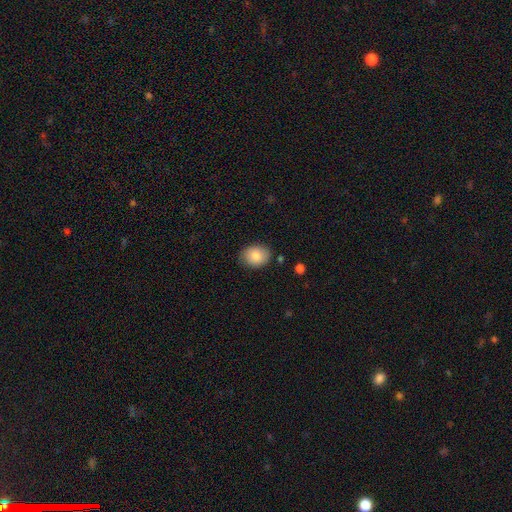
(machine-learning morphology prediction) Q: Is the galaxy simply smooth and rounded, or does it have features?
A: smooth — 83%.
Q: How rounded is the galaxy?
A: in between — 60%.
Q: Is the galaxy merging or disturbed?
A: none — 83%.